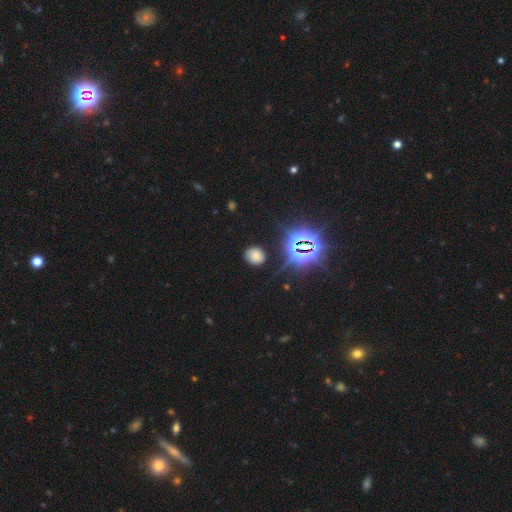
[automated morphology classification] The model was most divided on "smooth or featured": smooth: 65%, star or artifact: 26%, featured or disk: 9%. More confident: merging — none (82%); how rounded — round (77%).